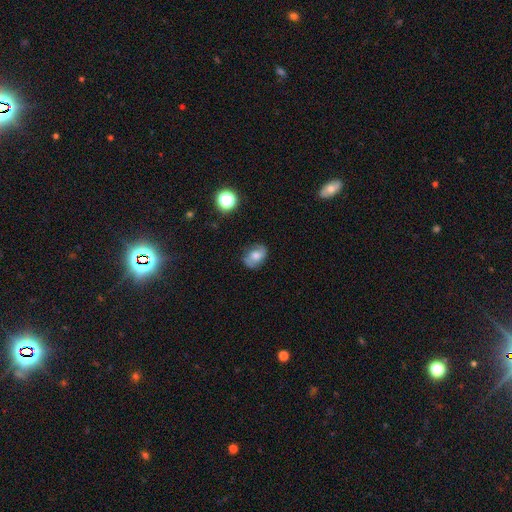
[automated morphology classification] A smooth galaxy with no disk features (55%) that is in between round and cigar-shaped (73%). Merging: none (73%).